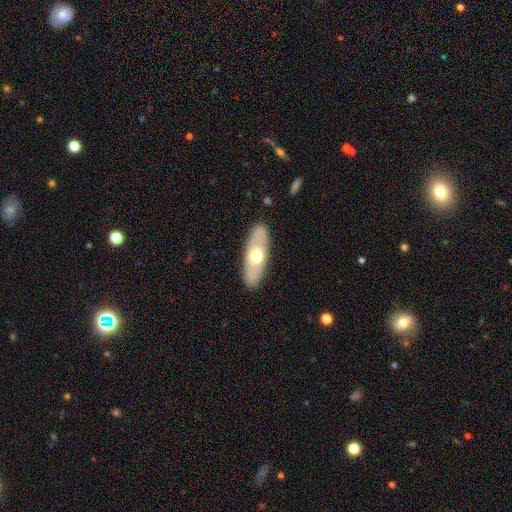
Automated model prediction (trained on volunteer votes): A smooth galaxy with no disk features (51%) that is in between round and cigar-shaped (70%). Merging: none (87%).